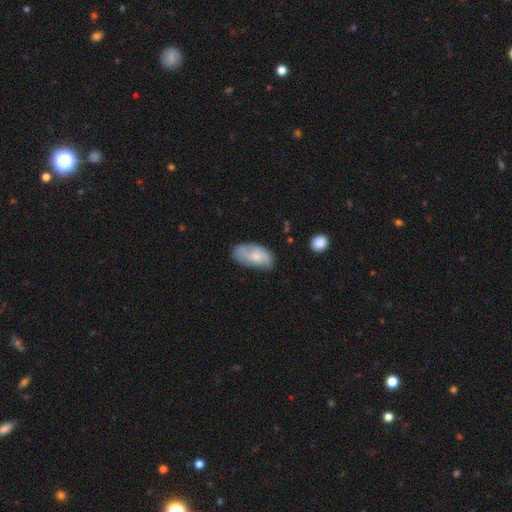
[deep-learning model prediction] smooth 55%, featured or disk 38%, star or artifact 7%. Down the decision tree: how rounded — in between (93%); merging — none (64%).